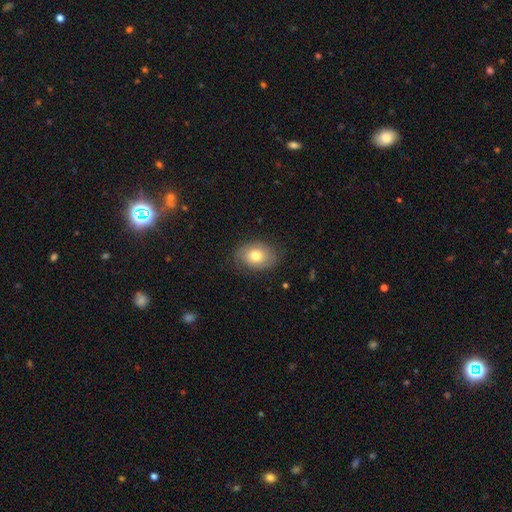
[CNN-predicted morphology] Smooth or featured? smooth (66%)
How rounded? in between (71%)
Merging? none (76%)